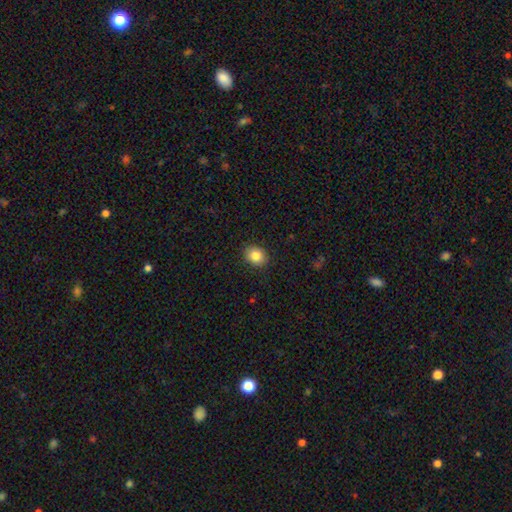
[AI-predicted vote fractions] smooth-or-featured: smooth: 85% | star or artifact: 9% | featured or disk: 6%
  how-rounded: round: 56% | in between: 43% | cigar-shaped: 1%
  merging: none: 90% | minor disturbance: 7% | major disturbance: 2% | merger: 1%